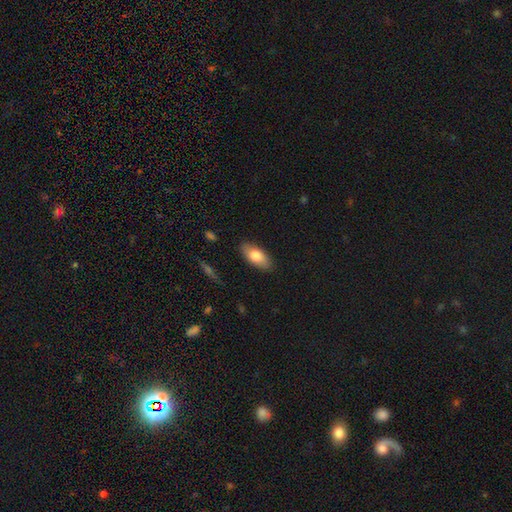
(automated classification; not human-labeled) The model was most divided on "smooth or featured": smooth: 80%, featured or disk: 14%, star or artifact: 6%. More confident: how rounded — in between (89%); merging — none (86%).